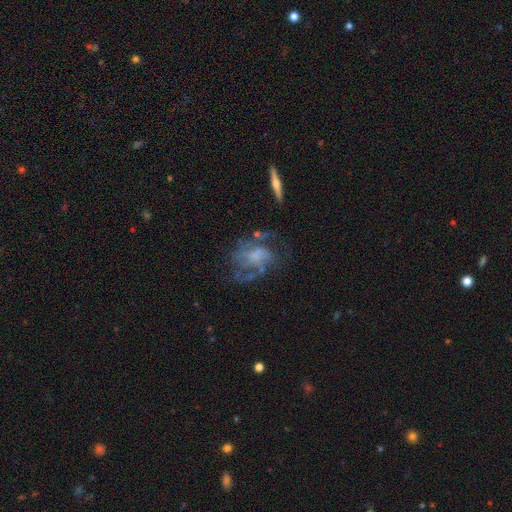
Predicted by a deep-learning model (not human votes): smooth_or_featured: featured or disk (p=0.70) [alt: smooth p=0.20]
disk_edge_on: no (p=0.96) [alt: yes p=0.04]
bar: no (p=0.68) [alt: weak p=0.26]
has_spiral_arms: yes (p=0.64) [alt: no p=0.36]
bulge_size: none (p=0.45) [alt: moderate p=0.22]
merging: none (p=0.46) [alt: major disturbance p=0.28]